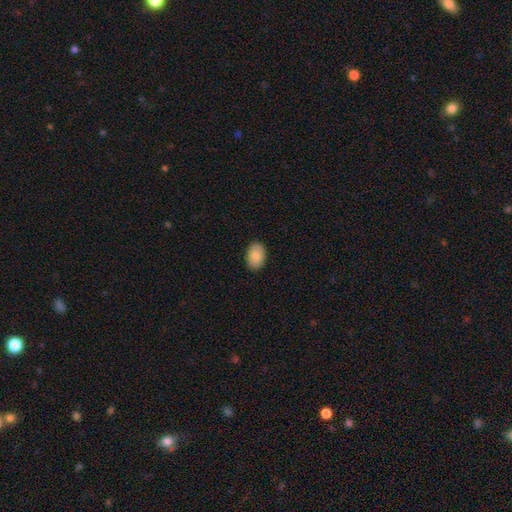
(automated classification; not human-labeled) Morphology: type=smooth (84%); roundness=in between (85%); merging=none (89%).